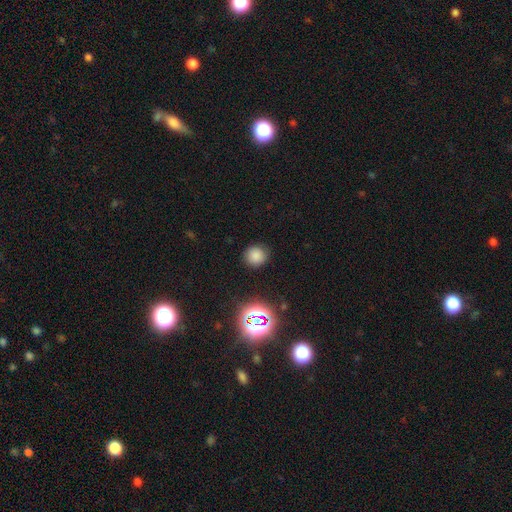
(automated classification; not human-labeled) Smooth or featured? Predicted: smooth (p=0.78). How rounded? Predicted: round (p=0.89). Merging? Predicted: none (p=0.87).